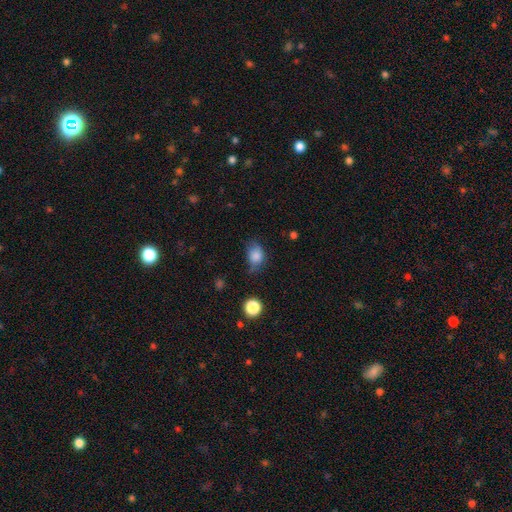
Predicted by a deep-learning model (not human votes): A smooth galaxy with no disk features (81%) that is in between round and cigar-shaped (64%).

Vote fractions:
- Smooth or featured? smooth: 81% / star or artifact: 11% / featured or disk: 9%
- How rounded? in between: 64% / round: 35% / cigar-shaped: 2%
- Merging? none: 48% / minor disturbance: 36% / major disturbance: 13% / merger: 3%